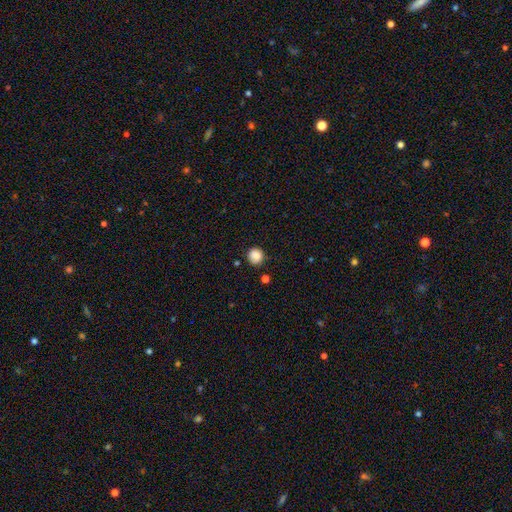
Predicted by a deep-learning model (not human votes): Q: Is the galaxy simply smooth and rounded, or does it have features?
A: smooth — 86%.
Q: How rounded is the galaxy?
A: round — 89%.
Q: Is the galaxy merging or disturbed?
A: none — 80%.